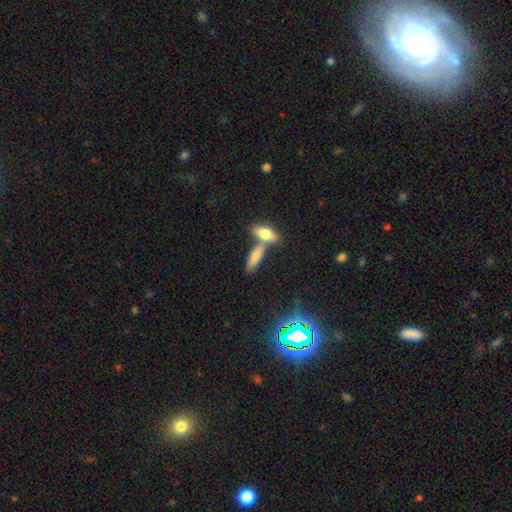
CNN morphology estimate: A smooth galaxy with no disk features (77%) that is in between round and cigar-shaped (60%). Merging: merger (44%).